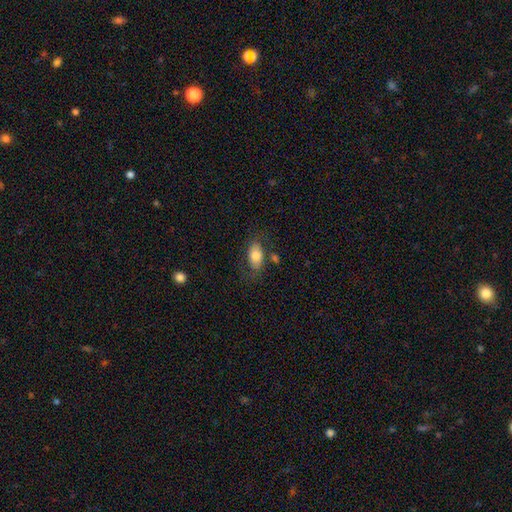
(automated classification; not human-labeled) A smooth galaxy with no disk features (77%) that is in between round and cigar-shaped (90%). Merging: none (66%).